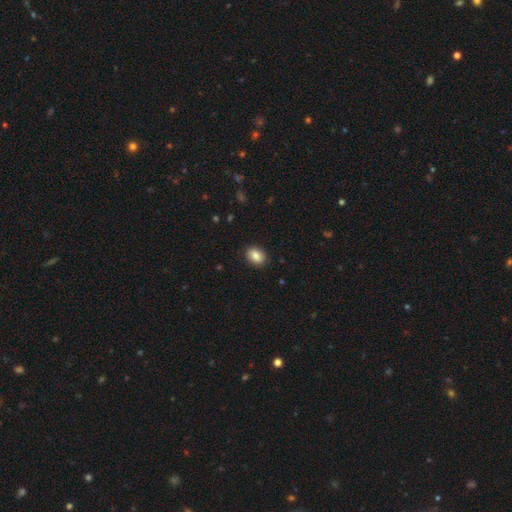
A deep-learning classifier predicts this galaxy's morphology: A smooth galaxy with no disk features (85%) that is in between round and cigar-shaped (70%).

Vote fractions:
- Smooth or featured? smooth: 85% / star or artifact: 8% / featured or disk: 7%
- How rounded? in between: 70% / round: 28% / cigar-shaped: 1%
- Merging? none: 89% / minor disturbance: 8% / major disturbance: 2% / merger: 1%